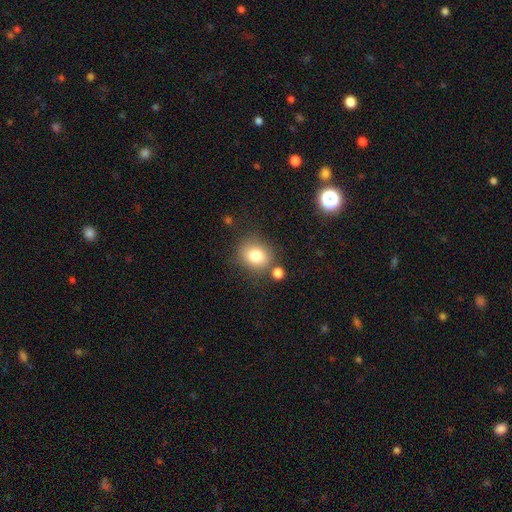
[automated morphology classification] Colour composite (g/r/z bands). It shows a smooth galaxy with no disk features (80%) that is round (70%). Merging: none (72%).